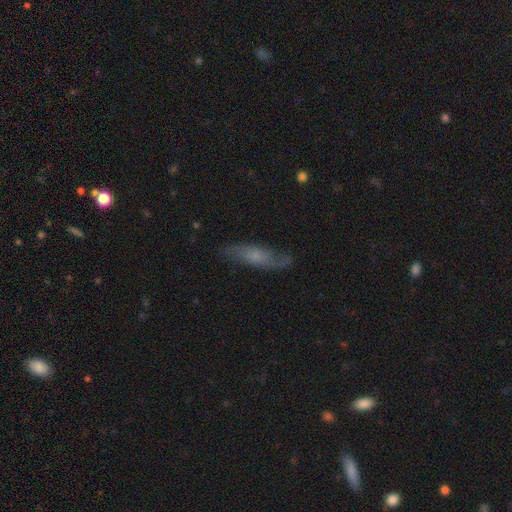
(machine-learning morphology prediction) This is possibly a featured or disk galaxy (53%). It is likely not viewed edge-on (63%). Merging: likely none (75%).